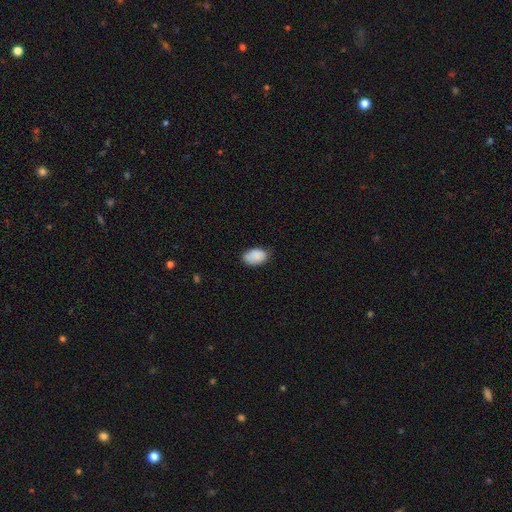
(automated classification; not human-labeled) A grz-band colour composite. It shows a smooth galaxy with no disk features (89%) that is in between round and cigar-shaped (91%). Merging: none (74%).